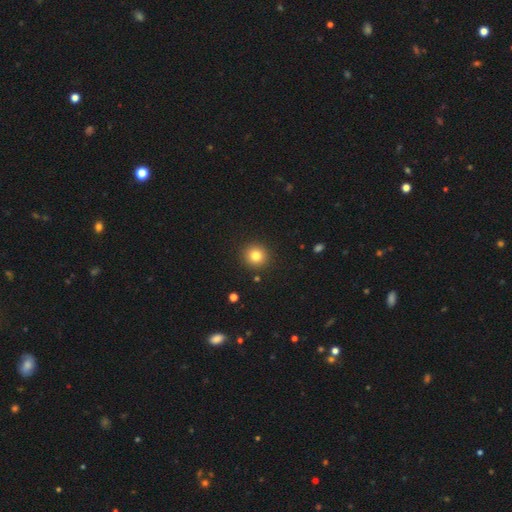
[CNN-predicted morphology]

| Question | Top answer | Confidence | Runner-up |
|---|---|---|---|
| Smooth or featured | smooth | 81% | star or artifact (12%) |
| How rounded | round | 92% | in between (7%) |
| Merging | none | 91% | minor disturbance (5%) |